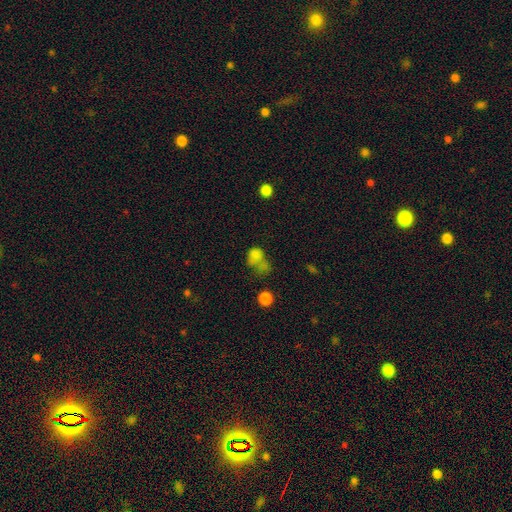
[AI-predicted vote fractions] Smooth or featured? Predicted: smooth (p=0.71). How rounded? Predicted: round (p=0.50). Merging? Predicted: merger (p=0.34).